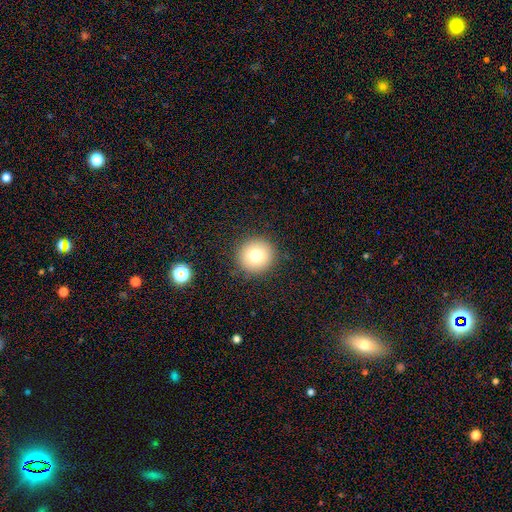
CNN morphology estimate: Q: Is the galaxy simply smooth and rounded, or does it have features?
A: smooth — 75%.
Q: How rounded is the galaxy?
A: round — 95%.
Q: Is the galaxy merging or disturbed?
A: none — 91%.